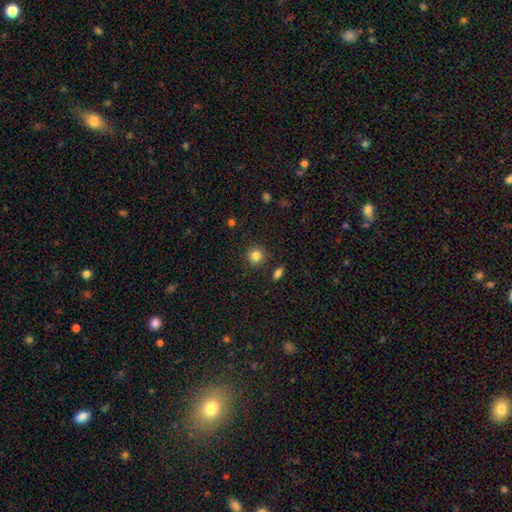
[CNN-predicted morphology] smooth 84%, star or artifact 11%, featured or disk 5%. Down the decision tree: how rounded — round (90%); merging — none (88%).